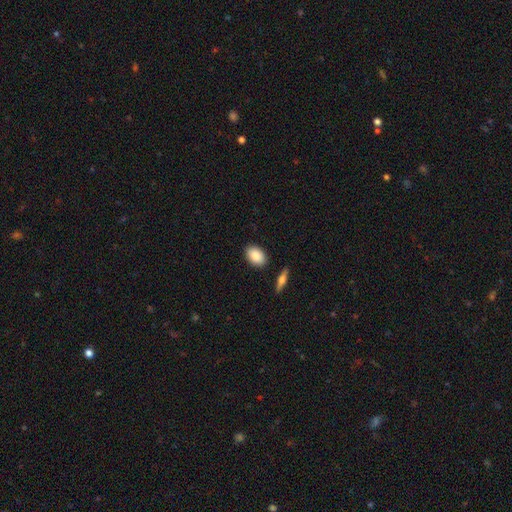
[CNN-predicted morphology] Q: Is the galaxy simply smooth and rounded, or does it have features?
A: smooth — 87%.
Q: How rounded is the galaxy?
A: in between — 88%.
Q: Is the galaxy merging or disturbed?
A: none — 87%.